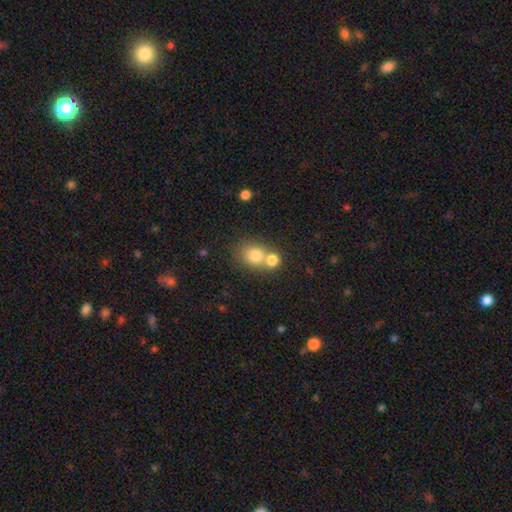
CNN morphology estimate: Smooth or featured? Predicted: smooth (p=0.78). How rounded? Predicted: round (p=0.70). Merging? Predicted: merger (p=0.46).